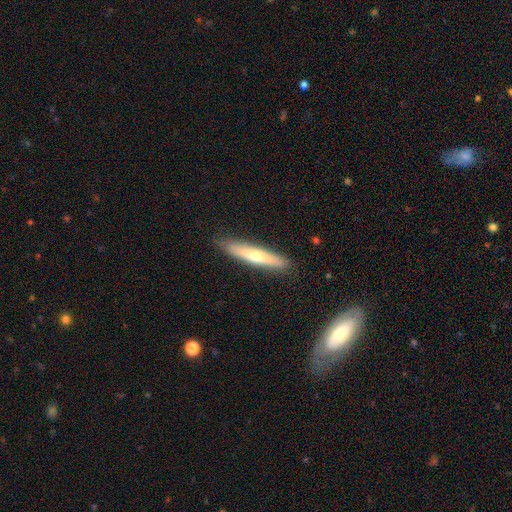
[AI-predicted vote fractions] A smooth galaxy with no disk features (48%).

Vote fractions:
- Smooth or featured? smooth: 48% / featured or disk: 46% / star or artifact: 6%
- Merging? none: 89% / minor disturbance: 7% / merger: 2% / major disturbance: 1%